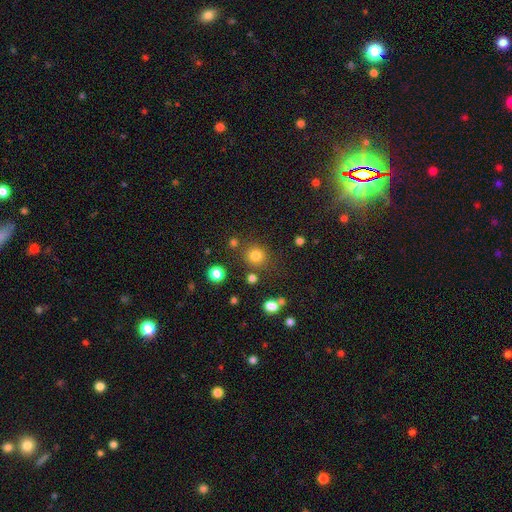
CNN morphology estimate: The model was most divided on "smooth or featured": smooth: 79%, star or artifact: 16%, featured or disk: 5%. More confident: how rounded — round (90%); merging — none (82%).